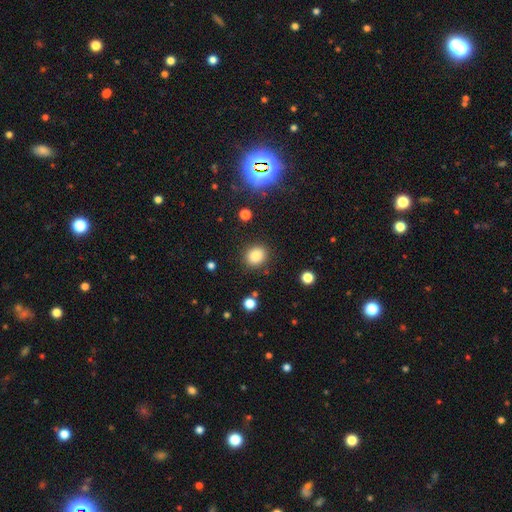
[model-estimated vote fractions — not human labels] Q: Smooth or featured?
A: smooth (85%); runner-up: star or artifact (11%)
Q: How rounded?
A: round (64%); runner-up: in between (35%)
Q: Merging?
A: none (86%); runner-up: minor disturbance (8%)